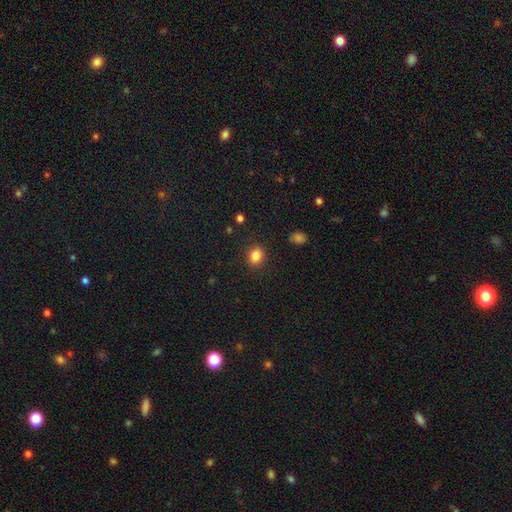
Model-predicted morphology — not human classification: Q: Smooth or featured?
A: smooth (85%); runner-up: star or artifact (10%)
Q: How rounded?
A: in between (53%); runner-up: round (46%)
Q: Merging?
A: none (88%); runner-up: minor disturbance (8%)